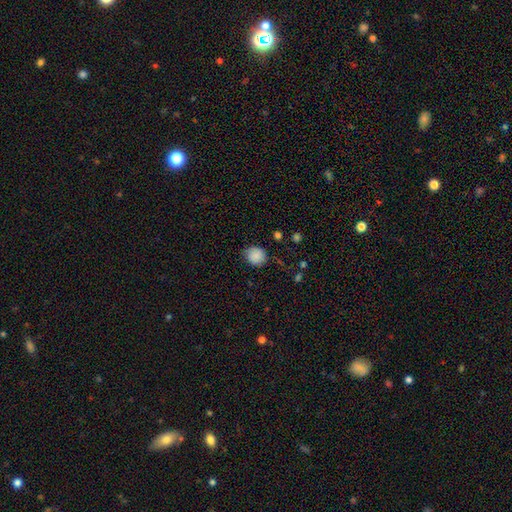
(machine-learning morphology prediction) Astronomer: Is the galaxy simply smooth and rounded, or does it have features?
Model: smooth — 87%.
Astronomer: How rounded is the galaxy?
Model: round — 82%.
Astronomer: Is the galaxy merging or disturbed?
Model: none — 77%.